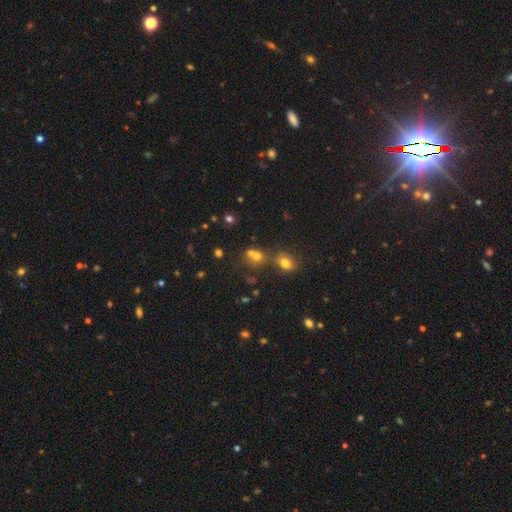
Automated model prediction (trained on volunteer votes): smooth-or-featured: smooth: 65% | star or artifact: 23% | featured or disk: 12%
  how-rounded: round: 71% | in between: 28% | cigar-shaped: 1%
  merging: merger: 45% | none: 42% | minor disturbance: 9% | major disturbance: 5%